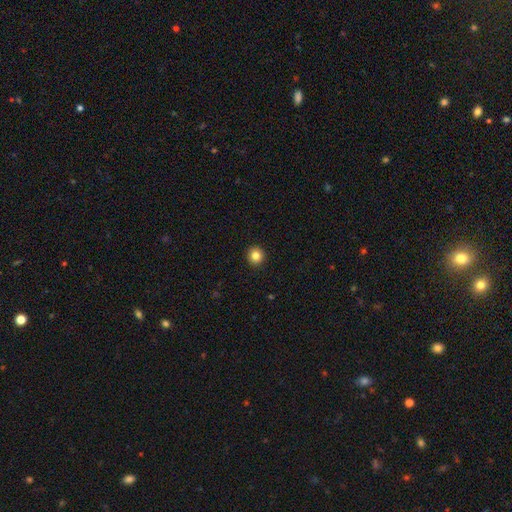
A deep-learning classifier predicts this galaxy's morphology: smooth-or-featured: smooth: 83% | star or artifact: 11% | featured or disk: 6%
  how-rounded: round: 95% | in between: 4% | cigar-shaped: 1%
  merging: none: 94% | minor disturbance: 4% | major disturbance: 1% | merger: 1%